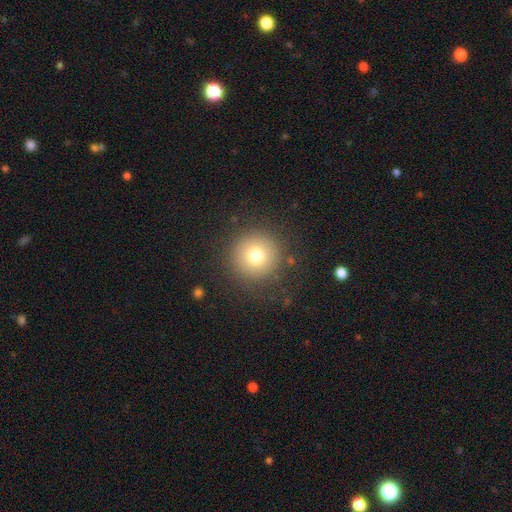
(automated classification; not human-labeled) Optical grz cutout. It shows a smooth galaxy with no disk features (75%) that is round (96%). Merging: none (87%).